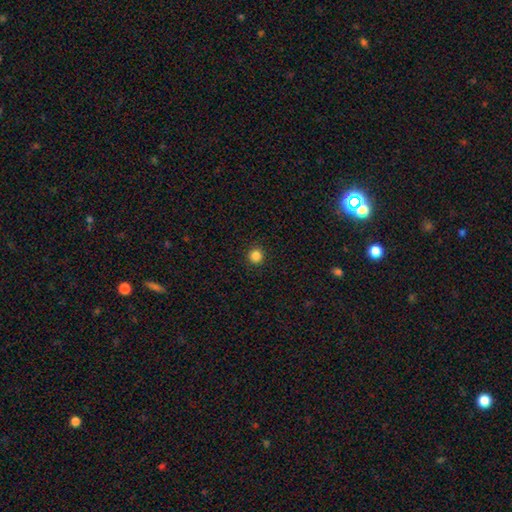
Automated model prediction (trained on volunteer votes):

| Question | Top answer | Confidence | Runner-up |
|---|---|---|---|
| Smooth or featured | smooth | 85% | star or artifact (12%) |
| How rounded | round | 93% | in between (6%) |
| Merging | none | 92% | minor disturbance (5%) |